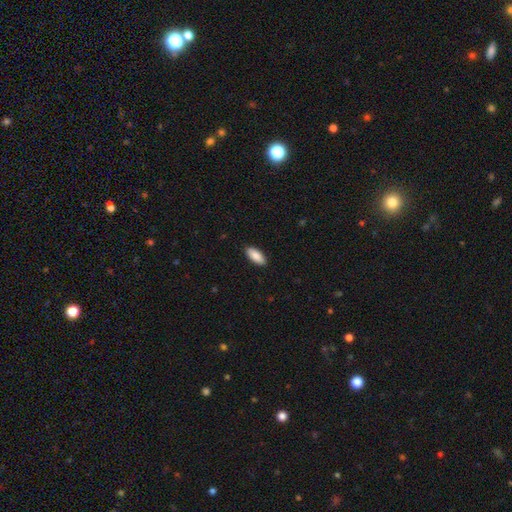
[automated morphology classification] type=smooth (89%); roundness=in between (86%); merging=none (90%).